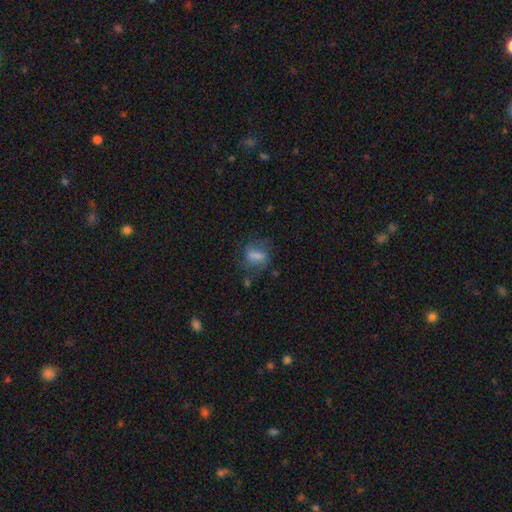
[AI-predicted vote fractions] Smooth or featured? Predicted: smooth (p=0.65). How rounded? Predicted: in between (p=0.71). Merging? Predicted: none (p=0.52).